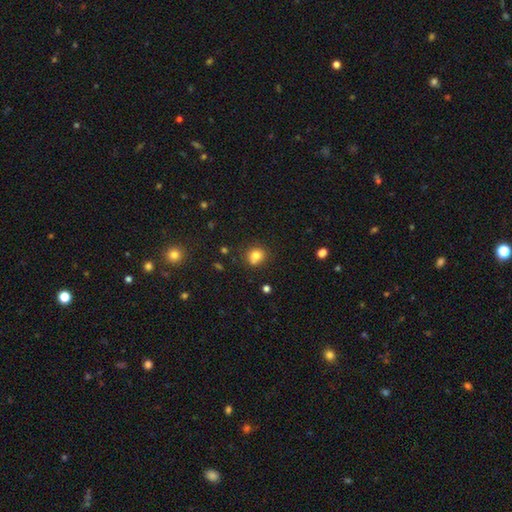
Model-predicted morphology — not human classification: Smooth or featured? smooth (78%)
How rounded? round (77%)
Merging? none (63%)